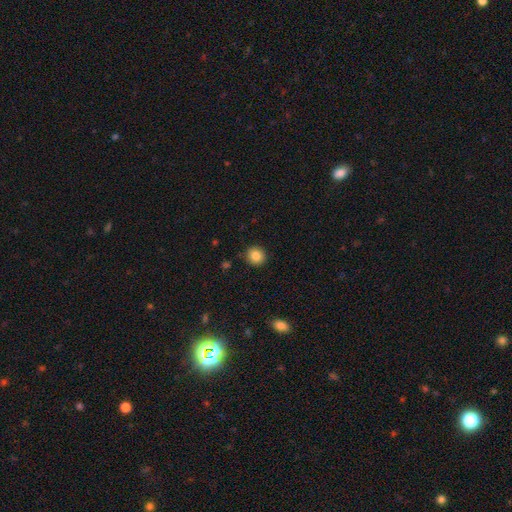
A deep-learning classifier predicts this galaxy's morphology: A smooth galaxy with no disk features (85%) that is round (89%).

Vote fractions:
- Smooth or featured? smooth: 85% / star or artifact: 10% / featured or disk: 5%
- How rounded? round: 89% / in between: 10% / cigar-shaped: 1%
- Merging? none: 90% / minor disturbance: 7% / major disturbance: 2% / merger: 1%